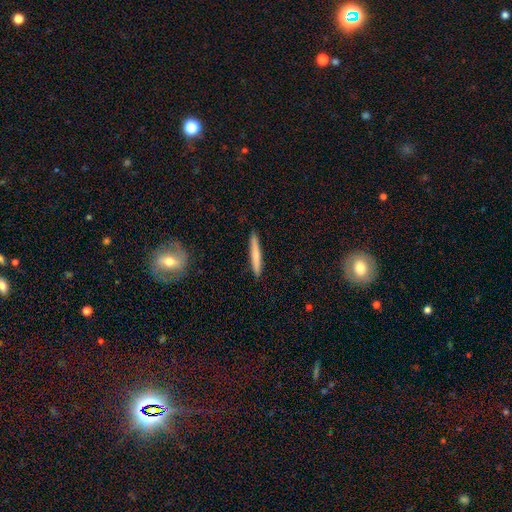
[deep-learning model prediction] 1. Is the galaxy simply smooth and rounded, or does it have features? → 70% smooth, 24% featured or disk, 5% star or artifact.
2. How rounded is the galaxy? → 96% cigar-shaped, 3% in between, 1% round.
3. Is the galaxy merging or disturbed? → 91% none, 6% minor disturbance, 1% major disturbance, 1% merger.